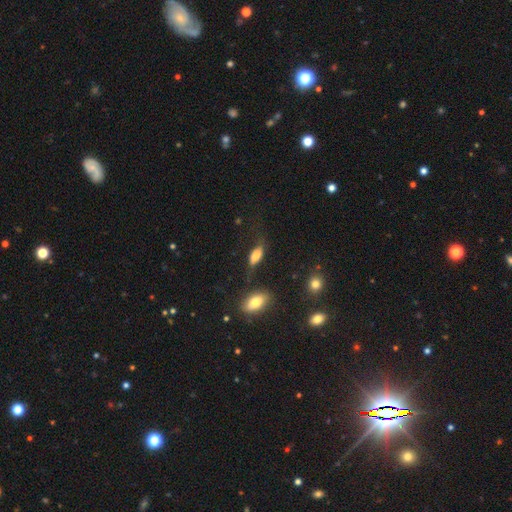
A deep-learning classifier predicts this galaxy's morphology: Smooth or featured: smooth — 73% (featured or disk — 17%)
How rounded: in between — 79% (cigar-shaped — 16%)
Merging: none — 46% (minor disturbance — 28%)